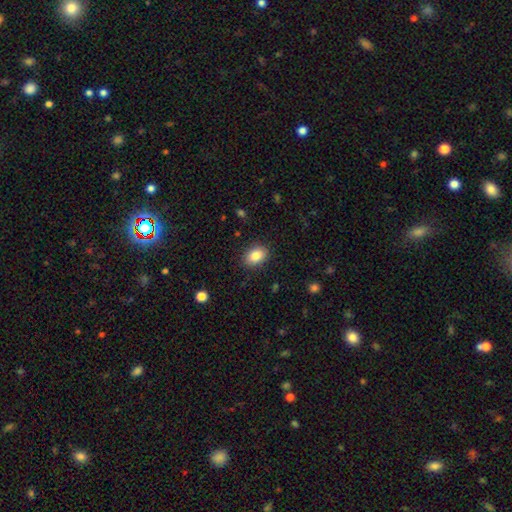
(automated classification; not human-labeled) This is clearly a smooth galaxy (85%). How rounded: likely in between (77%). Merging: clearly none (88%).